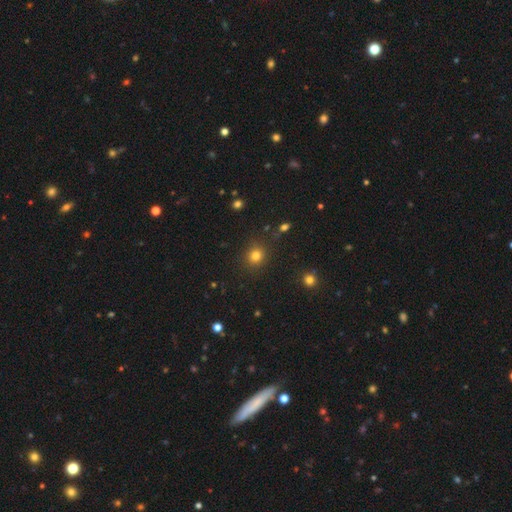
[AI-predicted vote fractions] Smooth or featured?
  - smooth: 79% *
  - star or artifact: 15%
  - featured or disk: 6%
How rounded?
  - round: 86% *
  - in between: 13%
  - cigar-shaped: 1%
Merging?
  - none: 87% *
  - minor disturbance: 8%
  - major disturbance: 3%
  - merger: 2%